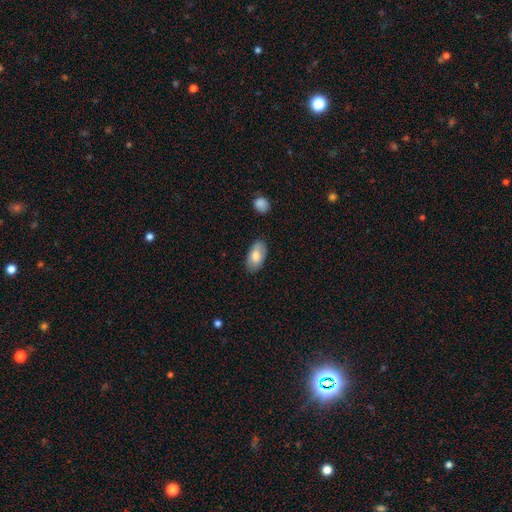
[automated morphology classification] A smooth galaxy with no disk features (78%) that is in between round and cigar-shaped (94%).

Vote fractions:
- Smooth or featured? smooth: 78% / featured or disk: 16% / star or artifact: 6%
- How rounded? in between: 94% / round: 3% / cigar-shaped: 2%
- Merging? none: 82% / minor disturbance: 13% / major disturbance: 3% / merger: 2%